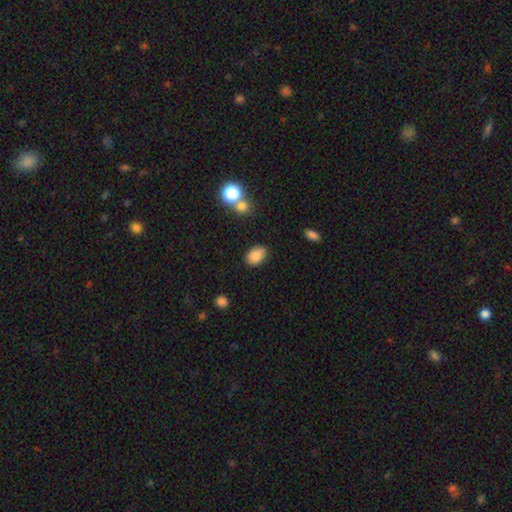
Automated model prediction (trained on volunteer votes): The model was most divided on "how rounded": in between: 84%, round: 15%, cigar-shaped: 1%. More confident: smooth or featured — smooth (86%); merging — none (82%).